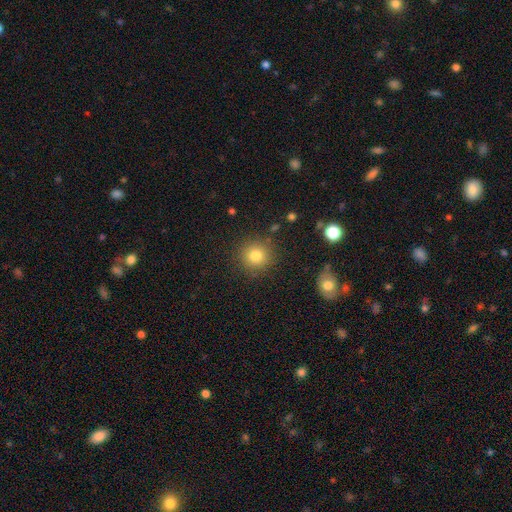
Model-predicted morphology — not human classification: smooth_or_featured: smooth (p=0.80) [alt: star or artifact p=0.12]
how_rounded: round (p=0.93) [alt: in between p=0.07]
merging: none (p=0.88) [alt: minor disturbance p=0.08]